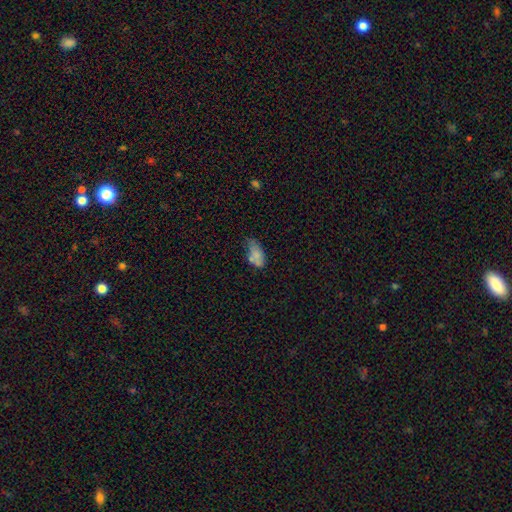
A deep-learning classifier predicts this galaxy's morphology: Q: Smooth or featured?
A: smooth (71%); runner-up: featured or disk (19%)
Q: How rounded?
A: in between (89%); runner-up: cigar-shaped (6%)
Q: Merging?
A: none (41%); runner-up: minor disturbance (30%)